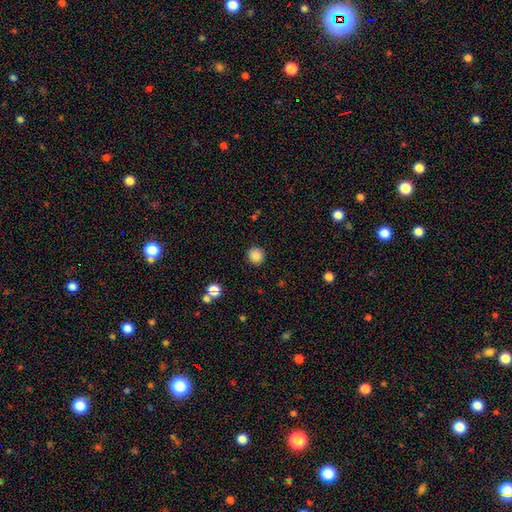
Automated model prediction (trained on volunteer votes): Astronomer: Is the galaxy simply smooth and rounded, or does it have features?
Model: smooth — 86%.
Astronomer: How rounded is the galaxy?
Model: round — 91%.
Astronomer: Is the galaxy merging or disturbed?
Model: none — 89%.